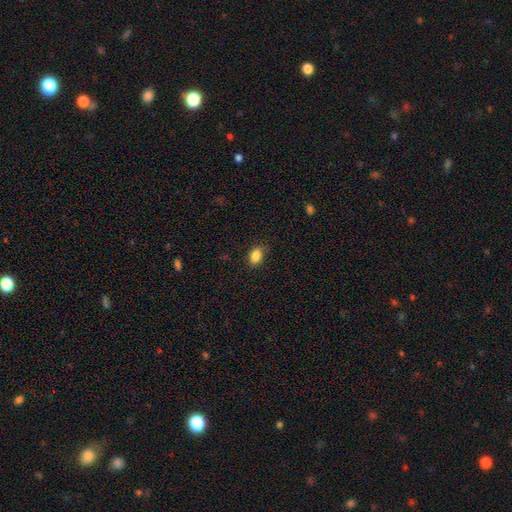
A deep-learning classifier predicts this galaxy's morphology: This appears to be a smooth galaxy with no disk features (86%) that is in between round and cigar-shaped (80%). Merging: none (82%).